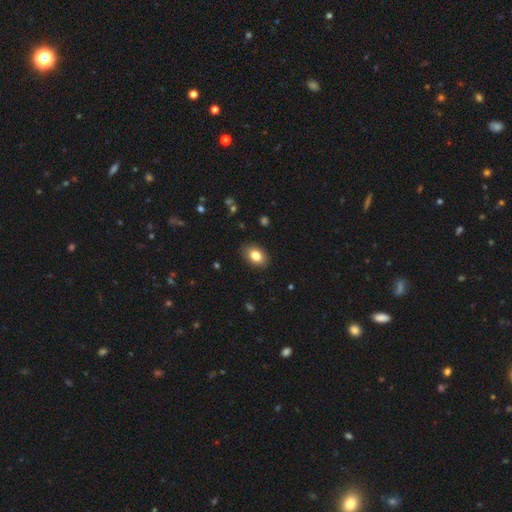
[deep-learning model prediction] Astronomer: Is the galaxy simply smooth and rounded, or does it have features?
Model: smooth — 82%.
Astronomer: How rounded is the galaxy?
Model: in between — 83%.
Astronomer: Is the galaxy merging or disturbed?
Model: none — 88%.